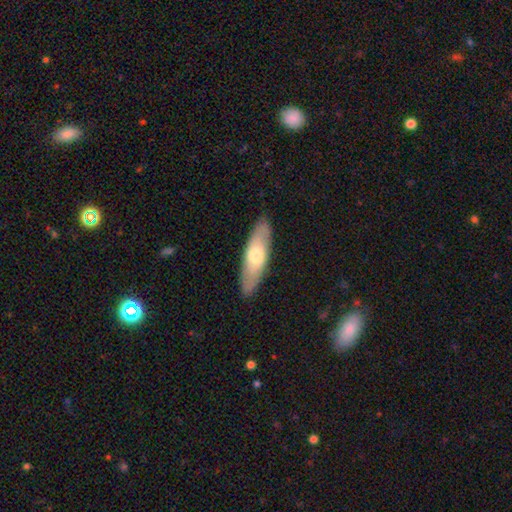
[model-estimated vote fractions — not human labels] Smooth or featured?
  - smooth: 58% *
  - featured or disk: 38%
  - star or artifact: 5%
How rounded?
  - in between: 49% * (tied)
  - cigar-shaped: 49% * (tied)
  - round: 2%
Merging?
  - none: 88% *
  - minor disturbance: 9%
  - major disturbance: 2%
  - merger: 1%